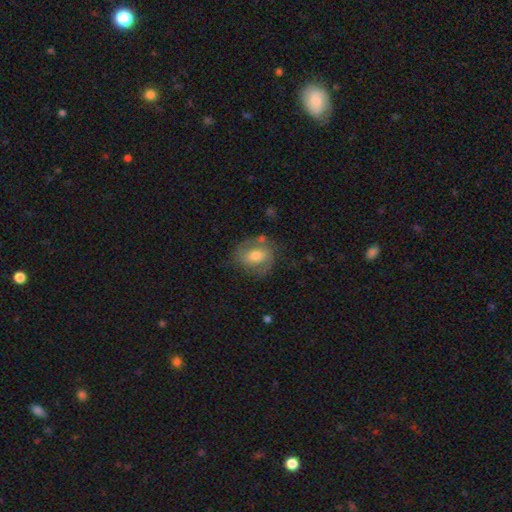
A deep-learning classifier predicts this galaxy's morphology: Q: Smooth or featured?
A: smooth (50%); runner-up: featured or disk (43%)
Q: Merging?
A: none (62%); runner-up: minor disturbance (23%)